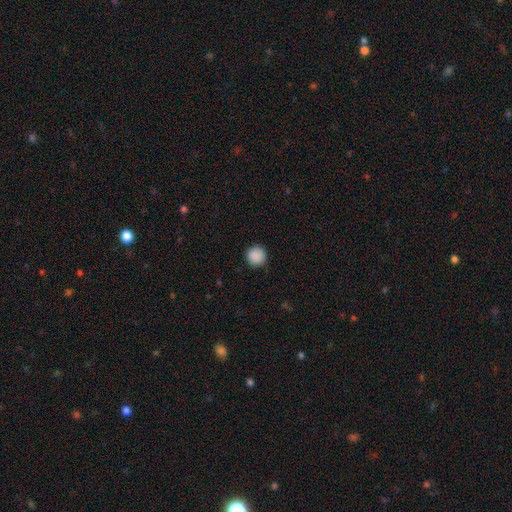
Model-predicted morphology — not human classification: Smooth or featured?
  - smooth: 89% *
  - star or artifact: 8%
  - featured or disk: 2%
How rounded?
  - round: 95% *
  - in between: 4%
  - cigar-shaped: 1%
Merging?
  - none: 91% *
  - minor disturbance: 6%
  - major disturbance: 2%
  - merger: 1%